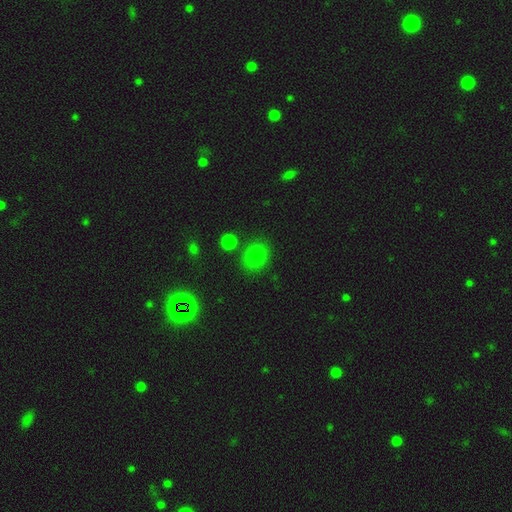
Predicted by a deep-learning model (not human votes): Smooth or featured? smooth (80%)
How rounded? round (69%)
Merging? none (78%)